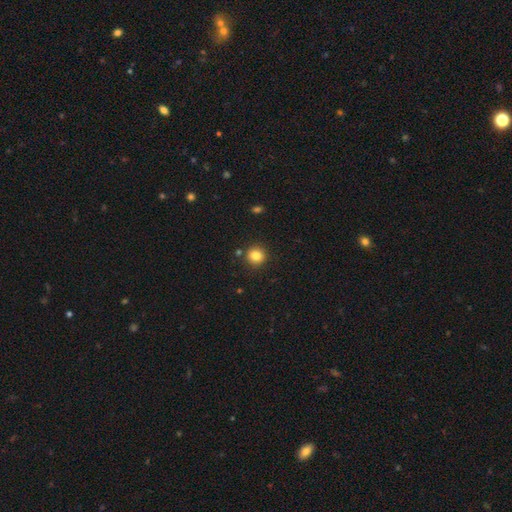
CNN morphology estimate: This appears to be a smooth galaxy with no disk features (83%) that is round (91%). Merging: none (88%).